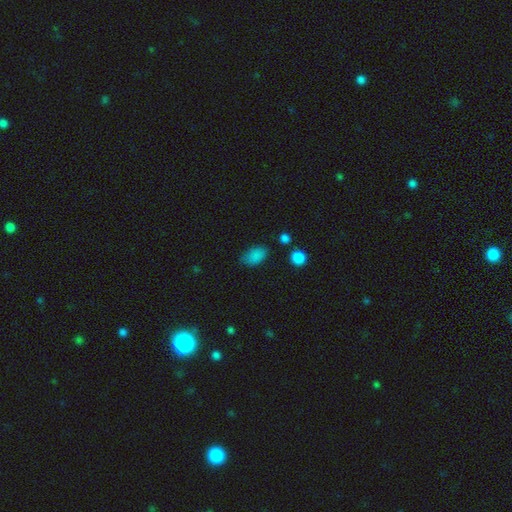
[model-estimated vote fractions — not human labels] Smooth or featured? Predicted: smooth (p=0.85). How rounded? Predicted: in between (p=0.89). Merging? Predicted: none (p=0.71).